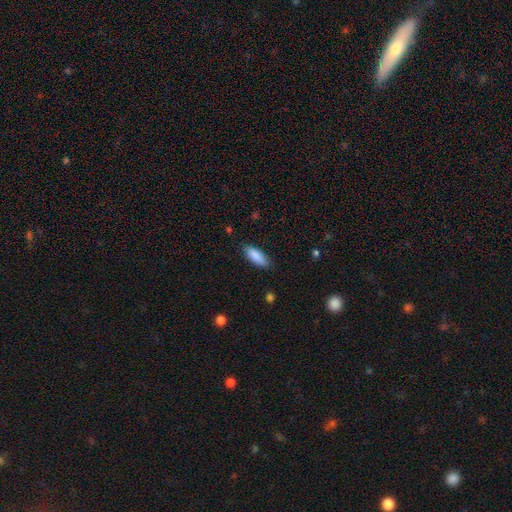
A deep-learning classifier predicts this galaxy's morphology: This appears to be a smooth galaxy with no disk features (88%) that is in between round and cigar-shaped (75%). Merging: none (84%).